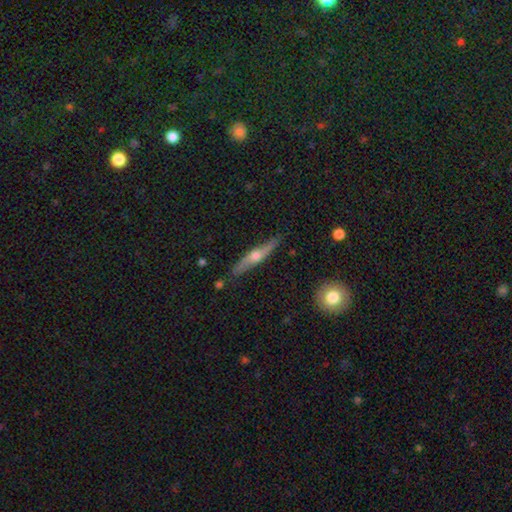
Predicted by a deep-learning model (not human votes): A featured or disk galaxy (70%) viewed edge-on (93%) with a rounded central bulge (93%). Merging: none (83%).